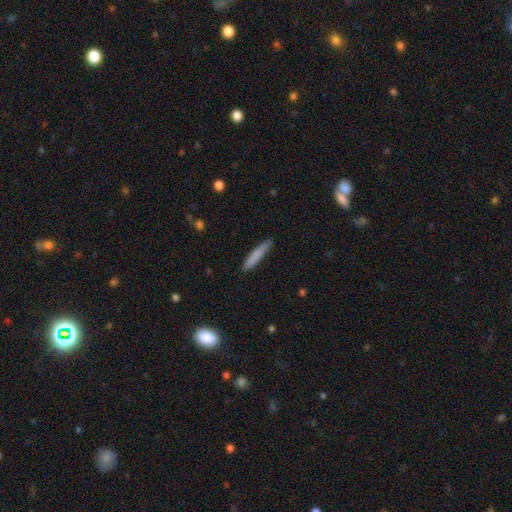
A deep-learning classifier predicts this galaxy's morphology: The model was most divided on "smooth or featured": smooth: 80%, featured or disk: 14%, star or artifact: 6%. More confident: how rounded — cigar-shaped (93%); merging — none (88%).